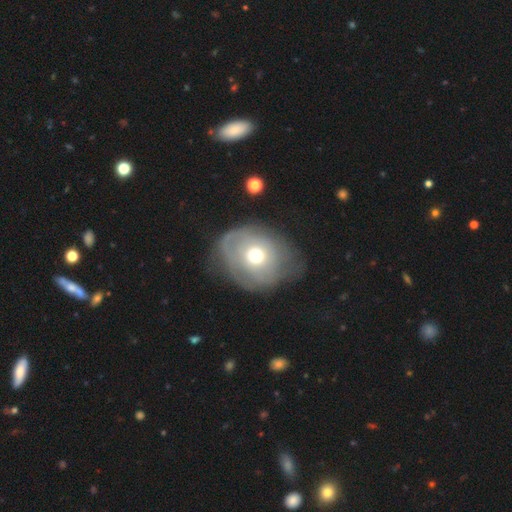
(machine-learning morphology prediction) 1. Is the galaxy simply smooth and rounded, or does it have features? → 48% smooth, 44% featured or disk, 8% star or artifact.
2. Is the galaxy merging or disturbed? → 41% none, 31% minor disturbance, 26% major disturbance, 3% merger.